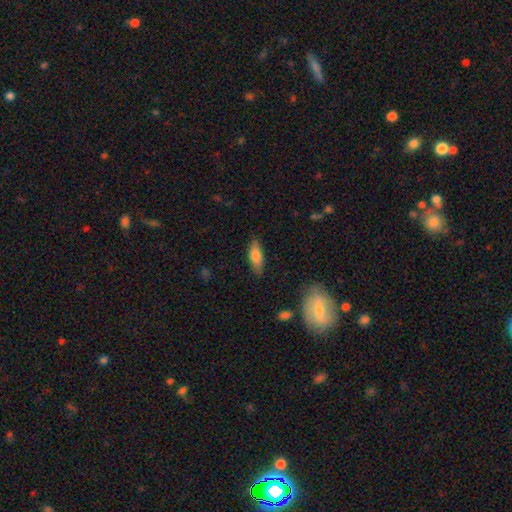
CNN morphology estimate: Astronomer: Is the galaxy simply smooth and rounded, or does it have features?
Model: smooth — 75%.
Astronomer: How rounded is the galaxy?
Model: in between — 63%.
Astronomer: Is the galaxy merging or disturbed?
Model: none — 83%.